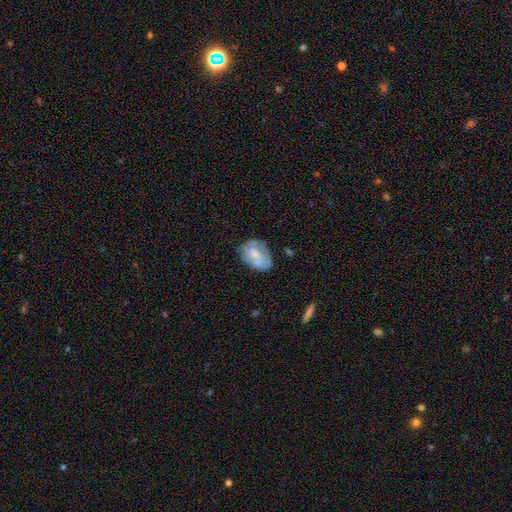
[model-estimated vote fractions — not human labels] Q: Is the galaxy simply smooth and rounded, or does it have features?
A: smooth — 46%, tied with featured or disk.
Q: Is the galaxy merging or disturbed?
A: none — 51%.